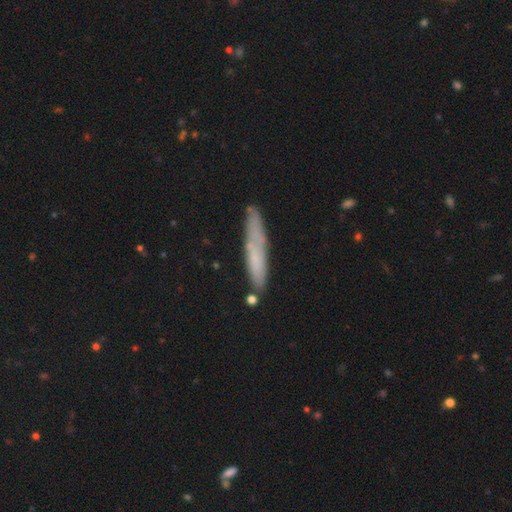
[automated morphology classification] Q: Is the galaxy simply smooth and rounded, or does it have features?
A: smooth — 57%.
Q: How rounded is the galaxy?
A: cigar-shaped — 90%.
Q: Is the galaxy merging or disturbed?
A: none — 73%.